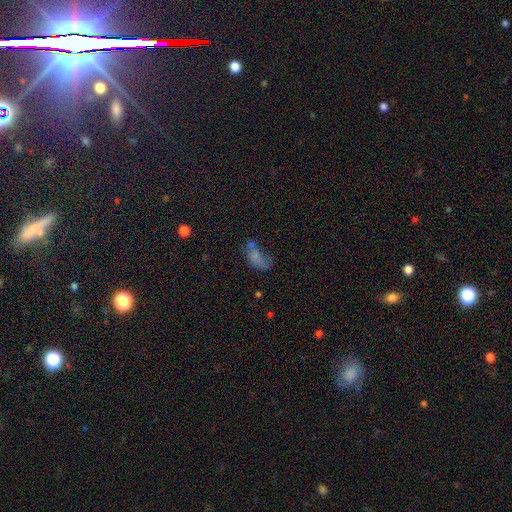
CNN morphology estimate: smooth_or_featured: smooth (p=0.56) [alt: featured or disk p=0.25]
how_rounded: in between (p=0.85) [alt: round p=0.08]
merging: major disturbance (p=0.32) [alt: none p=0.28]